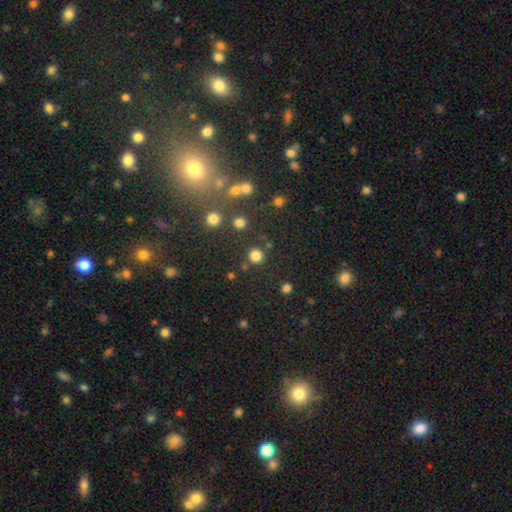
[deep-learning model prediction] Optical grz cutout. It shows a smooth galaxy with no disk features (80%) that is round (93%). Merging: none (86%).